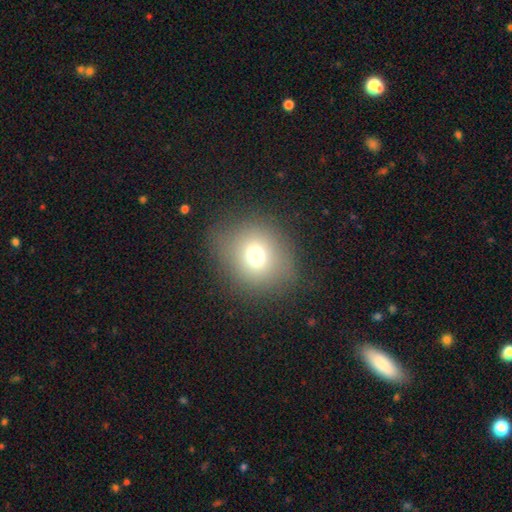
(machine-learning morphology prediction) Smooth or featured? Predicted: smooth (p=0.70). How rounded? Predicted: round (p=0.75). Merging? Predicted: none (p=0.81).